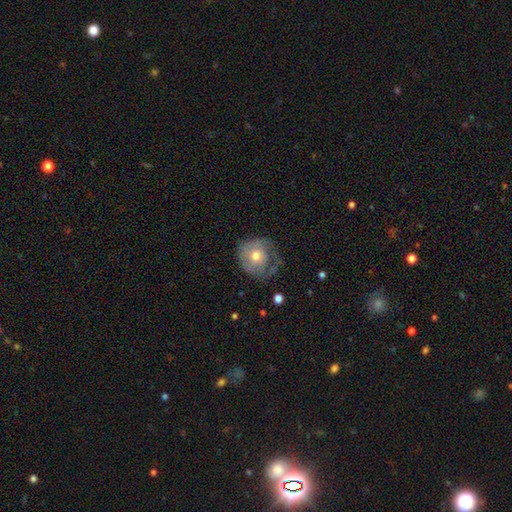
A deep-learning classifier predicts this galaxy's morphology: Overall: smooth (58%; featured or disk 35%). How rounded: round (81%). Merging: none (41%; minor disturbance 29%).